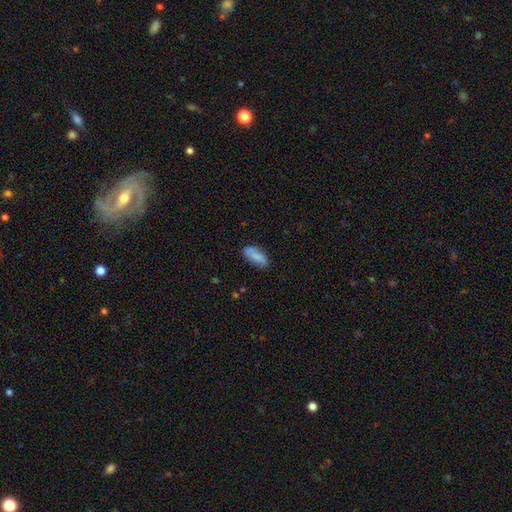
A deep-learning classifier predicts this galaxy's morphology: A smooth galaxy with no disk features (75%) that is in between round and cigar-shaped (86%).

Vote fractions:
- Smooth or featured? smooth: 75% / featured or disk: 17% / star or artifact: 8%
- How rounded? in between: 86% / cigar-shaped: 11% / round: 3%
- Merging? none: 64% / minor disturbance: 24% / major disturbance: 7% / merger: 6%